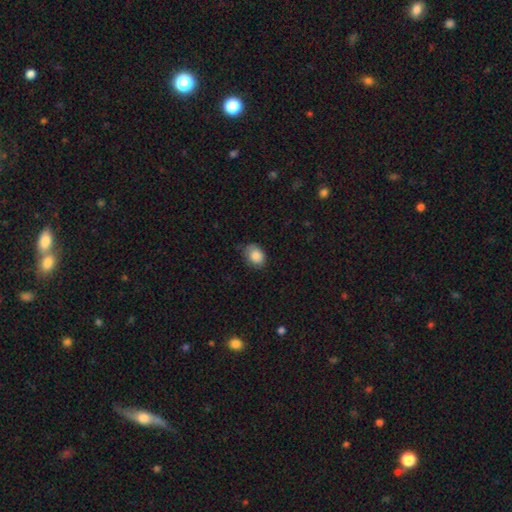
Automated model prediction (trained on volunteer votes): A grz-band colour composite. It shows a smooth galaxy with no disk features (86%) that is in between round and cigar-shaped (67%). Merging: none (64%).